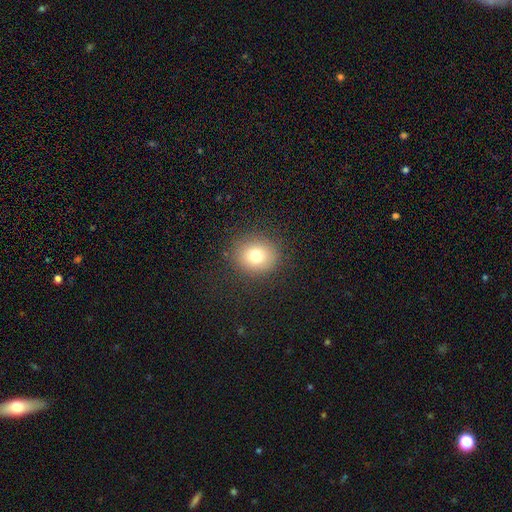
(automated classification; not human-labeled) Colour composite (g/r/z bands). It shows a smooth galaxy with no disk features (75%) that is round (80%). Merging: none (88%).